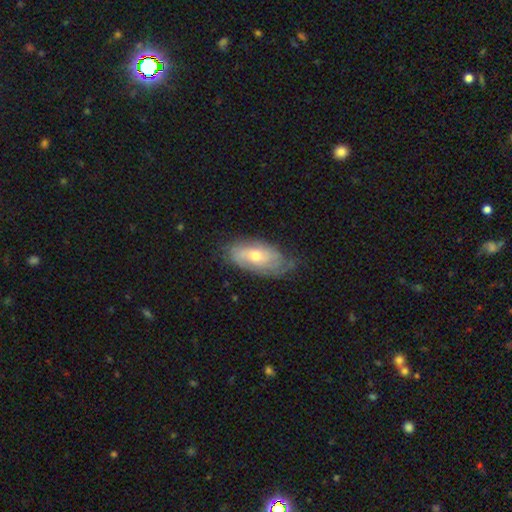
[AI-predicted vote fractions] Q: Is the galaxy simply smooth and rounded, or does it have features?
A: featured or disk — 58%.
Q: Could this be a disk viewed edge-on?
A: no — 88%.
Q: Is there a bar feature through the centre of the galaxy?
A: no — 74%.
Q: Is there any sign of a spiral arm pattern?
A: yes — 74%.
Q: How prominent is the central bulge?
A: moderate — 65%.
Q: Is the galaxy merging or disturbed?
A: none — 61%.